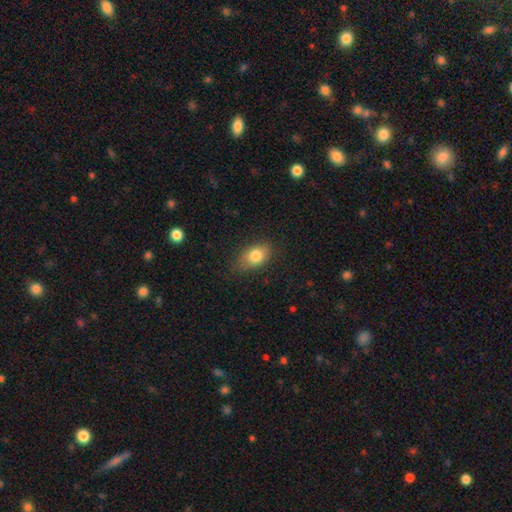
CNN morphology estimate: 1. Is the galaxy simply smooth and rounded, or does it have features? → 81% smooth, 10% featured or disk, 9% star or artifact.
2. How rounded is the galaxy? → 81% in between, 16% round, 3% cigar-shaped.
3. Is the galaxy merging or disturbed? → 72% none, 21% minor disturbance, 5% major disturbance, 1% merger.